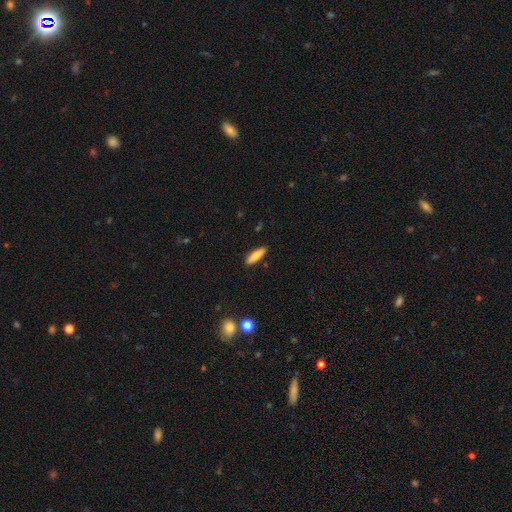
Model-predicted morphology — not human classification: This is likely a smooth galaxy (77%). How rounded: likely cigar-shaped (65%). Merging: clearly none (89%).